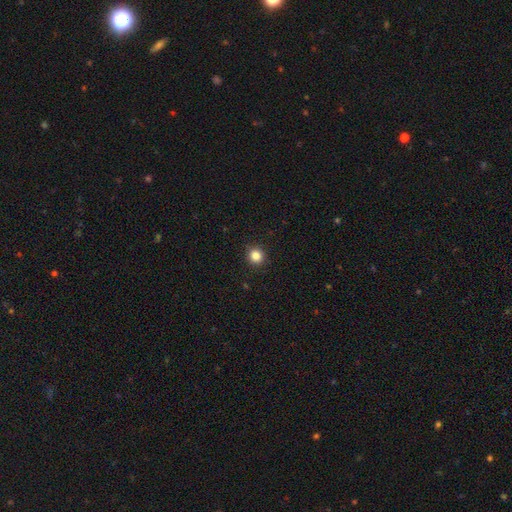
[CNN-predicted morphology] type=smooth (84%); roundness=round (93%); merging=none (92%).